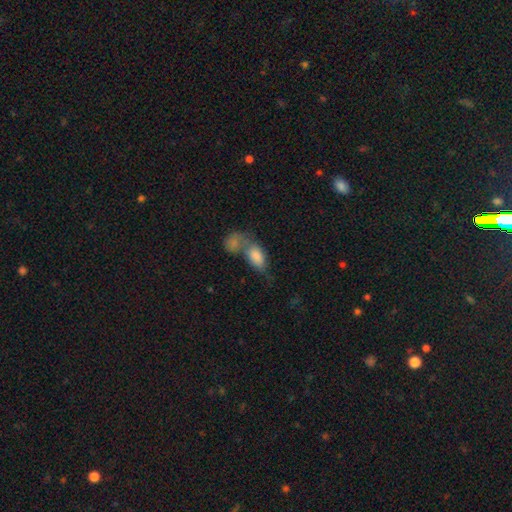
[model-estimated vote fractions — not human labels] Smooth or featured?
  - smooth: 78% *
  - featured or disk: 14%
  - star or artifact: 9%
How rounded?
  - in between: 88% *
  - round: 8%
  - cigar-shaped: 4%
Merging?
  - merger: 60% *
  - none: 21%
  - minor disturbance: 10%
  - major disturbance: 9%